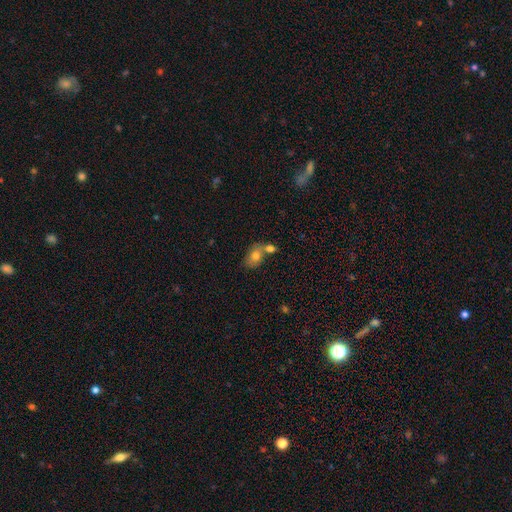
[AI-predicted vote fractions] This is likely a smooth galaxy (75%). How rounded: likely in between (75%). Merging: possibly merger (46%).